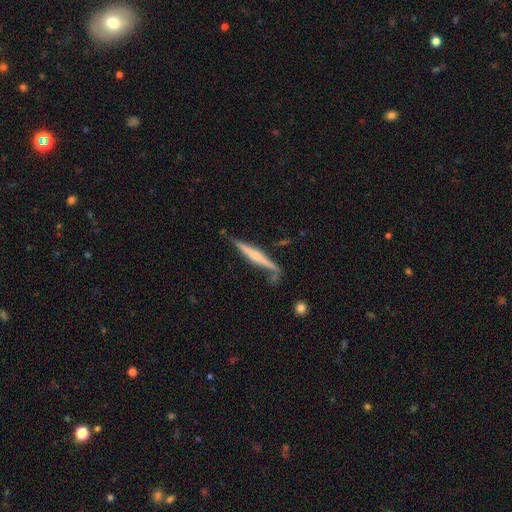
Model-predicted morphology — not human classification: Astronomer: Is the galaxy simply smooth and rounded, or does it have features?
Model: featured or disk — 61%.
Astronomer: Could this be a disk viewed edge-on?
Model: yes — 96%.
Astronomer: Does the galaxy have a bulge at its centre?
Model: rounded — 50% (runner-up: none, 32%).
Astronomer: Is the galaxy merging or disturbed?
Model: none — 73%.